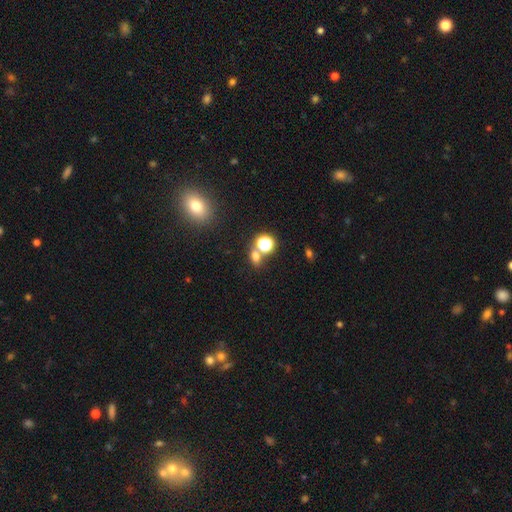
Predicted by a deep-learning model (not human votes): Overall: smooth (60%; star or artifact 31%). How rounded: round (50%; in between 47%). Merging: none (63%; merger 23%).